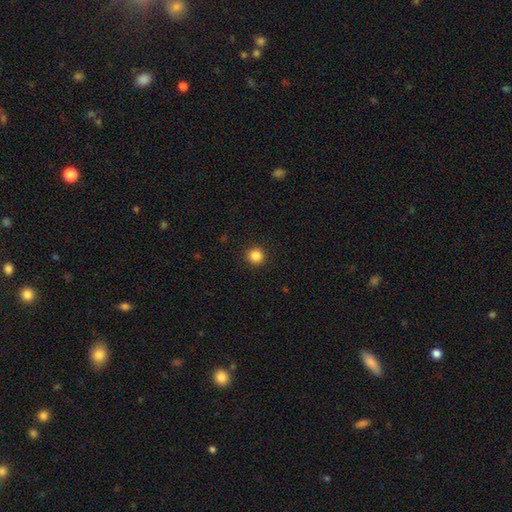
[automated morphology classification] smooth 85%, star or artifact 11%, featured or disk 3%. Down the decision tree: how rounded — round (93%); merging — none (92%).